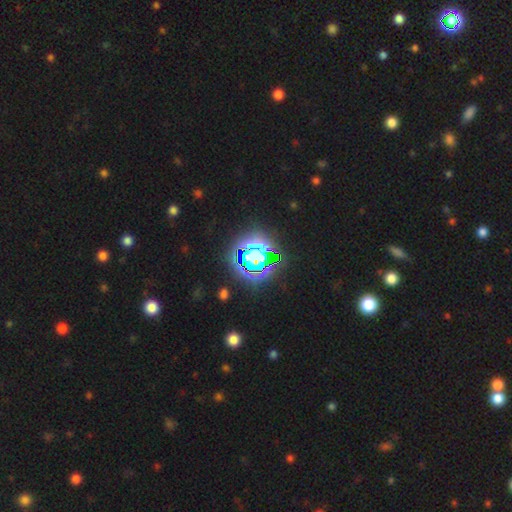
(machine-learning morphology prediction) smooth-or-featured: star or artifact: 70% | smooth: 16% | featured or disk: 14%